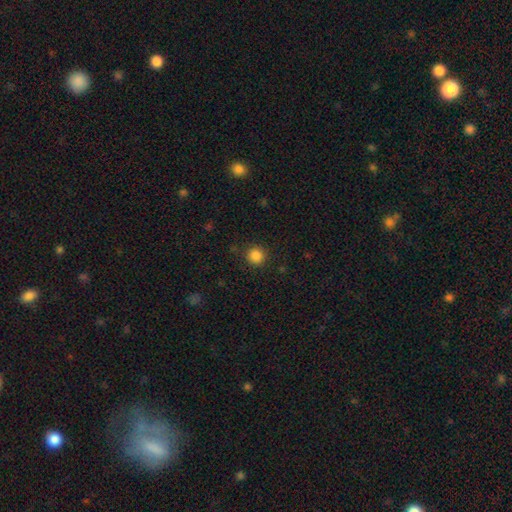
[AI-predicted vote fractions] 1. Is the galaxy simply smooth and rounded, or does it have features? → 86% smooth, 11% star or artifact, 3% featured or disk.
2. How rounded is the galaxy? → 94% round, 5% in between, 1% cigar-shaped.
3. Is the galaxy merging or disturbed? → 89% none, 7% minor disturbance, 3% major disturbance, 1% merger.